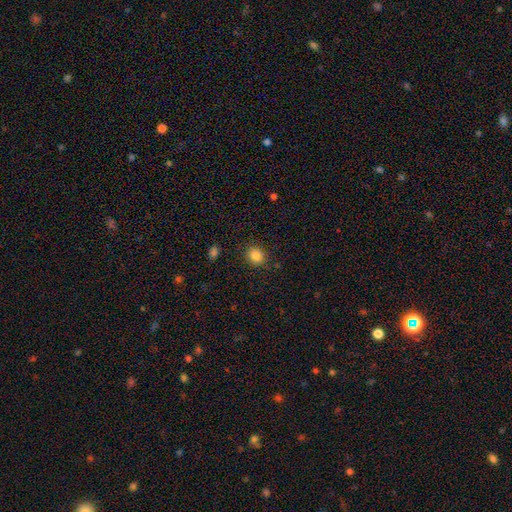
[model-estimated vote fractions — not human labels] Morphology: type=smooth (85%); roundness=round (74%); merging=none (88%).